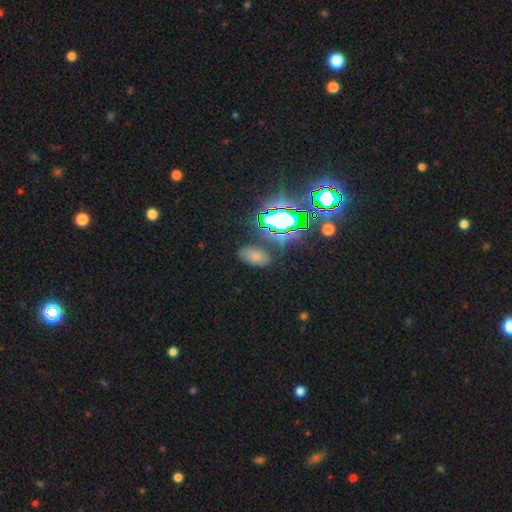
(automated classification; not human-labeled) Overall: smooth (60%; star or artifact 29%). How rounded: in between (91%). Merging: none (77%).